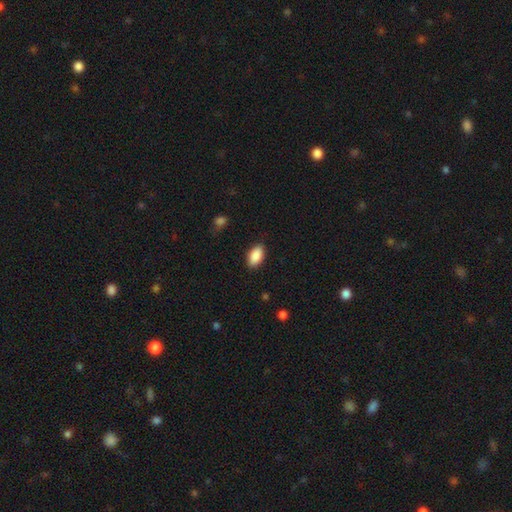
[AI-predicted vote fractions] Smooth or featured: smooth — 90% (star or artifact — 7%)
How rounded: in between — 94% (round — 4%)
Merging: none — 87% (minor disturbance — 10%)